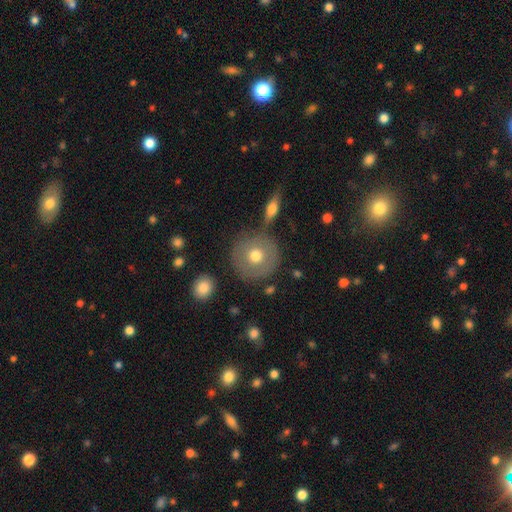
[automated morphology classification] A smooth galaxy with no disk features (62%) that is round (93%). Merging: none (79%).